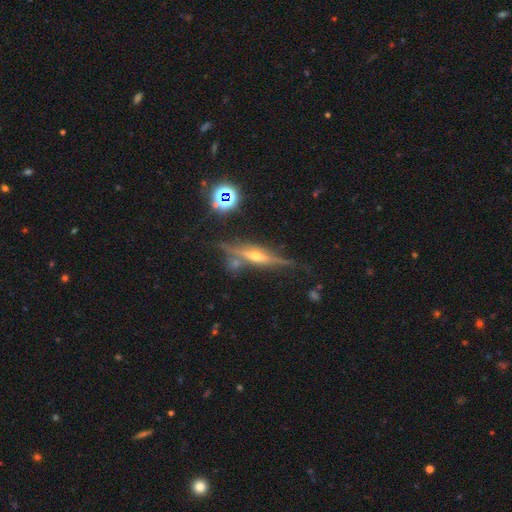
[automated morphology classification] Overall: featured or disk (77%). Edge-on disk: yes (95%). Edge-on bulge: rounded (84%). Merging: none (74%).